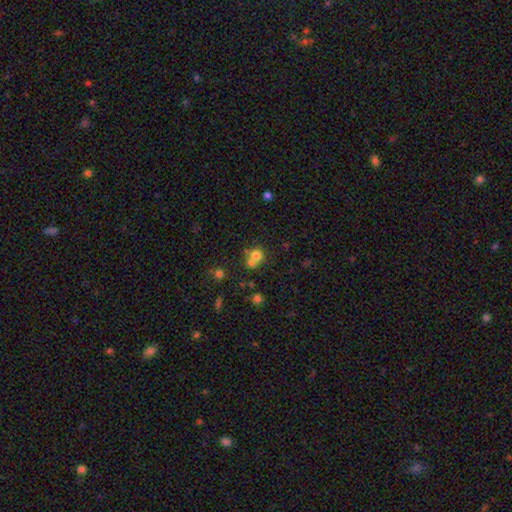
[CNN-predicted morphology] Q: Smooth or featured?
A: smooth (72%); runner-up: star or artifact (15%)
Q: How rounded?
A: round (84%); runner-up: in between (15%)
Q: Merging?
A: merger (46%); runner-up: none (43%)